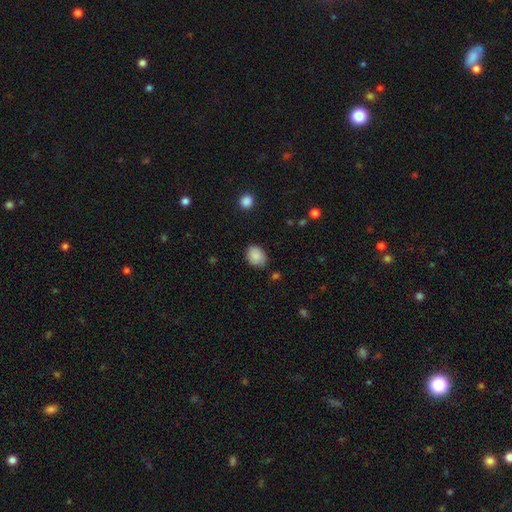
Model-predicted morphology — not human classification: Smooth or featured? Predicted: smooth (p=0.87). How rounded? Predicted: in between (p=0.64). Merging? Predicted: none (p=0.77).